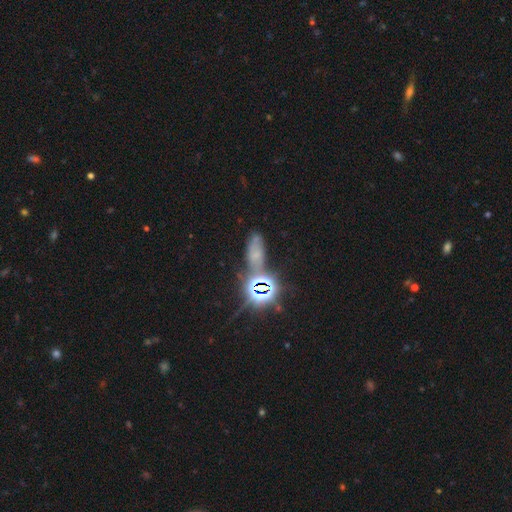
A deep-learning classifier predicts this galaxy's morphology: Smooth or featured: star or artifact — 58% (smooth — 24%)